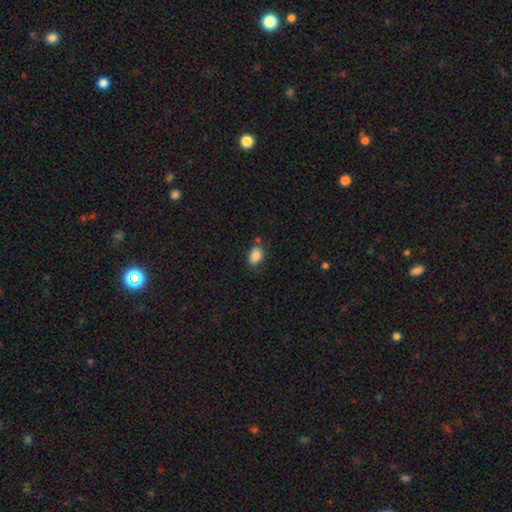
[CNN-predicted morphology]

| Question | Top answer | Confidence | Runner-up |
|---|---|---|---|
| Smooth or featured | smooth | 86% | star or artifact (8%) |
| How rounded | in between | 81% | round (18%) |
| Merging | none | 73% | minor disturbance (16%) |